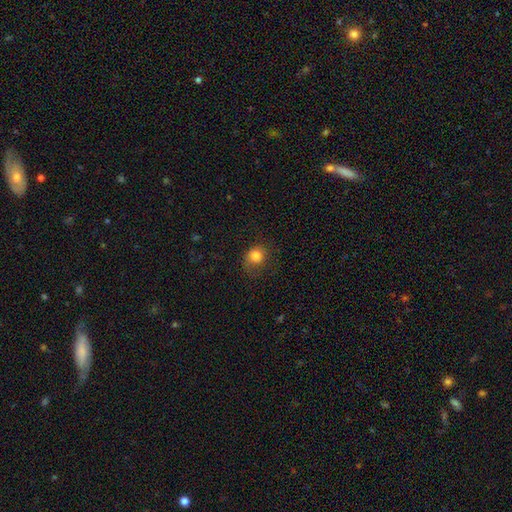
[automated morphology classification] Overall: smooth (81%). How rounded: round (77%). Merging: none (68%).